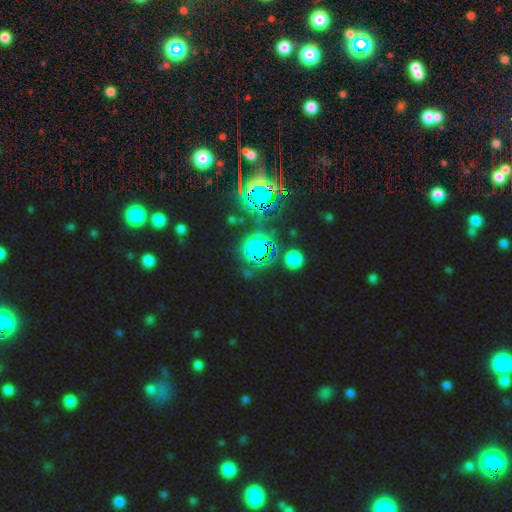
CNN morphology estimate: This appears to be a star or artifact, not a galaxy (75%).